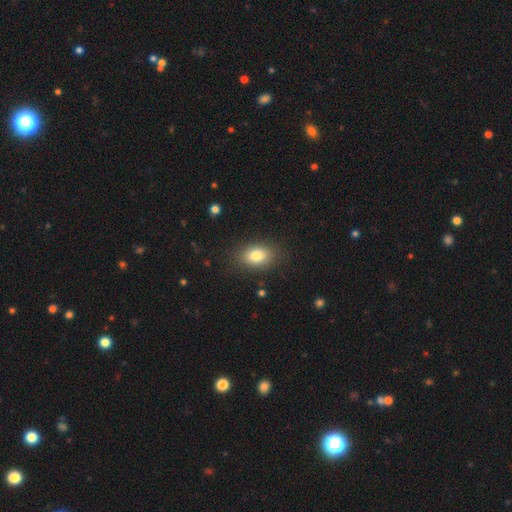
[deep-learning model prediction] This appears to be a smooth galaxy with no disk features (81%) that is in between round and cigar-shaped (83%). Merging: none (85%).